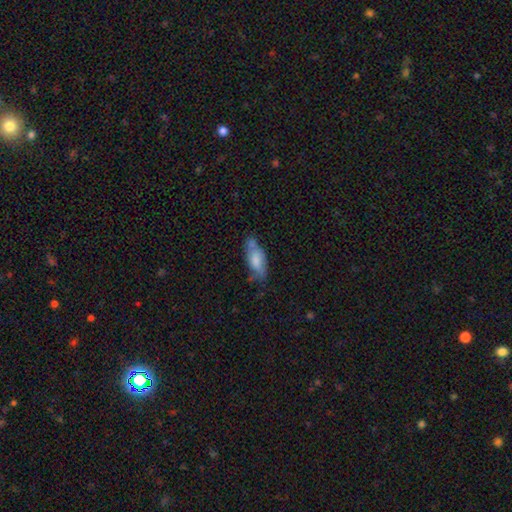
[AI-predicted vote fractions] Smooth or featured? Predicted: smooth (p=0.64). How rounded? Predicted: in between (p=0.71). Merging? Predicted: none (p=0.51).